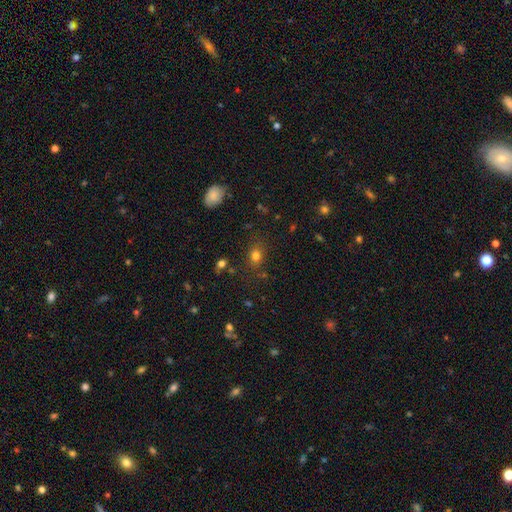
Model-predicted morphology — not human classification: A smooth galaxy with no disk features (76%) that is round (52%). Merging: none (79%).